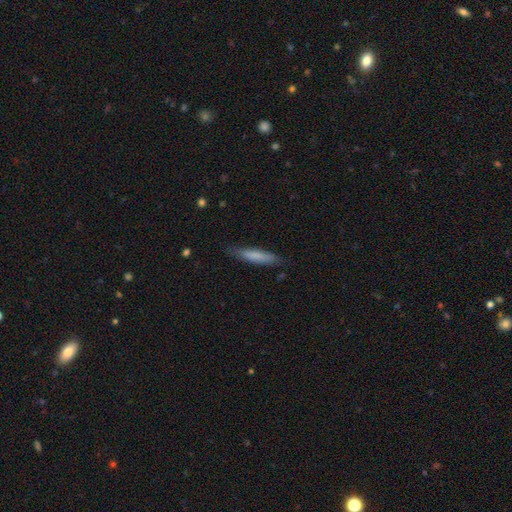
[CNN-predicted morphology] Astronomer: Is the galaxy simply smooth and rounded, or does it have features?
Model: smooth — 74%.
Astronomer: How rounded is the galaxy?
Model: cigar-shaped — 88%.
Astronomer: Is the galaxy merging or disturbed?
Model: none — 82%.